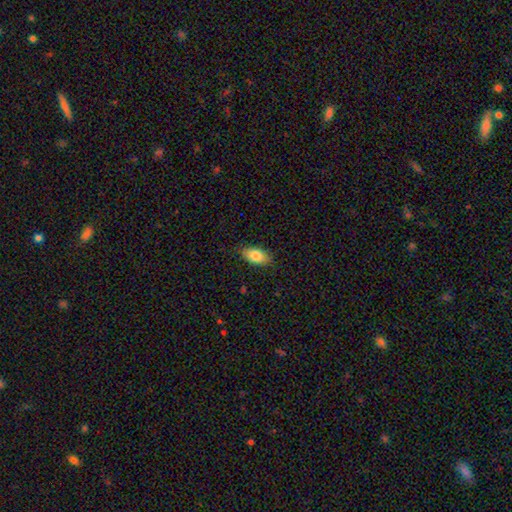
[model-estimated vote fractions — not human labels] Smooth or featured? smooth (82%)
How rounded? in between (90%)
Merging? none (84%)